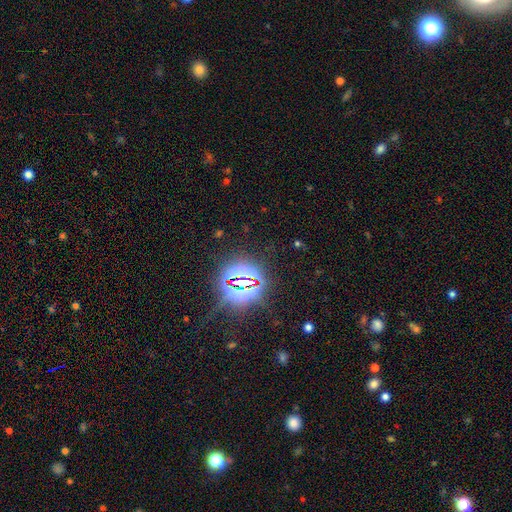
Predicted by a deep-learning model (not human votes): The model was most divided on "smooth or featured": star or artifact: 83%, smooth: 11%, featured or disk: 6%.